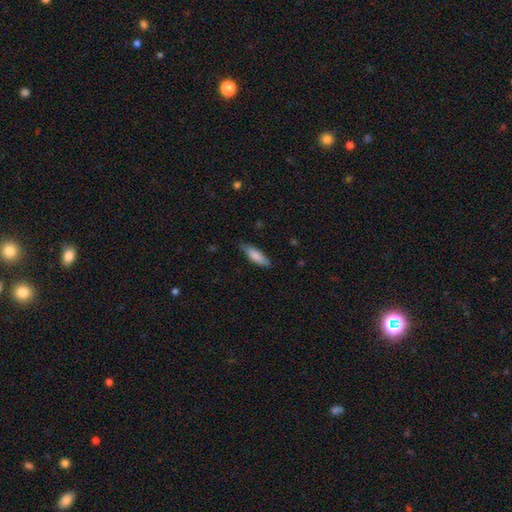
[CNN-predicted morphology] This is clearly a smooth galaxy (81%). How rounded: possibly cigar-shaped (50%). Merging: likely none (78%).